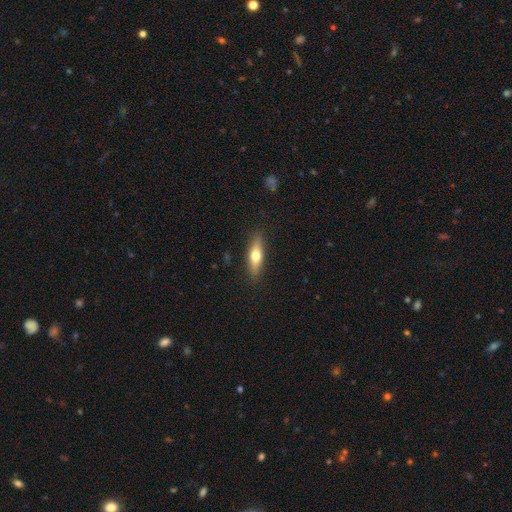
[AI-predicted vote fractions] Smooth or featured? Predicted: smooth (p=0.59). How rounded? Predicted: cigar-shaped (p=0.57). Merging? Predicted: none (p=0.88).